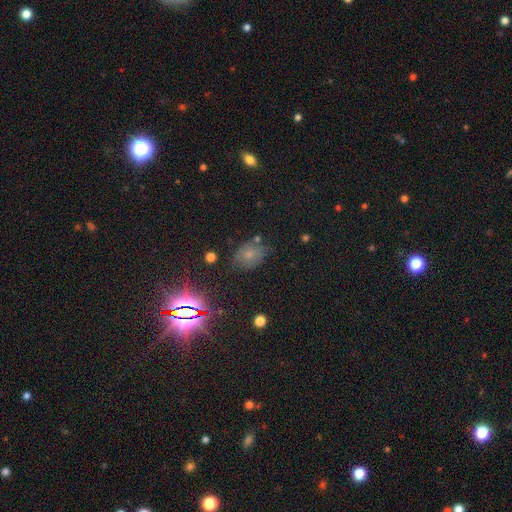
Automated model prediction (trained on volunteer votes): The model was most divided on "smooth or featured": star or artifact: 45%, smooth: 38%, featured or disk: 17%.